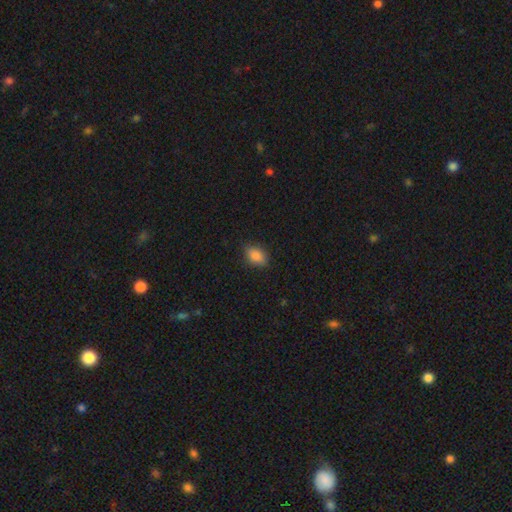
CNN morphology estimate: Smooth or featured? smooth (87%)
How rounded? in between (84%)
Merging? none (83%)